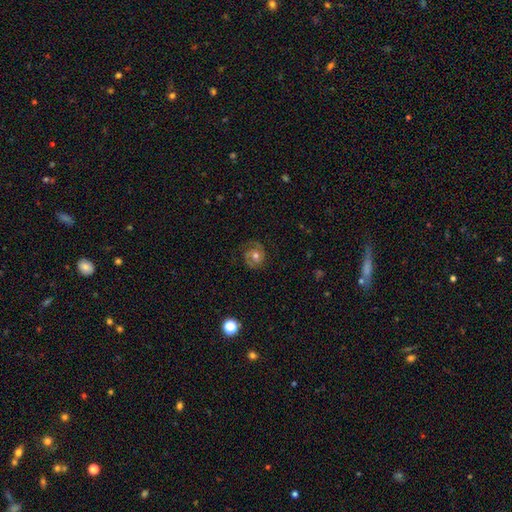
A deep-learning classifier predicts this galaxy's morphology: The model was most divided on "spiral winding": tight: 46%, medium: 40%, loose: 14%. More confident: edge-on disk — no (98%); spiral arms — yes (89%); merging — none (73%); bulge size — moderate (73%); spiral arm count — 2 (71%); bar — no (70%); smooth or featured — featured or disk (68%).